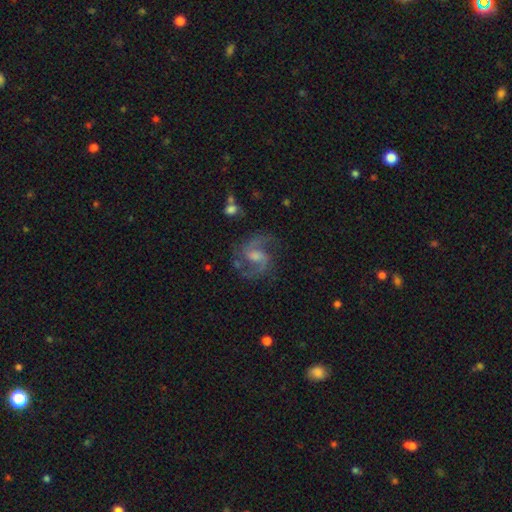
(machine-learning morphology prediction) The model was most divided on "bulge size": moderate: 43%, small: 35%, none: 14%, large: 7%, dominant: 1%. More confident: edge-on disk — no (98%); spiral arms — yes (98%); spiral arm count — 2 (89%); smooth or featured — featured or disk (88%); merging — none (77%); spiral winding — medium (62%); bar — weak (56%).